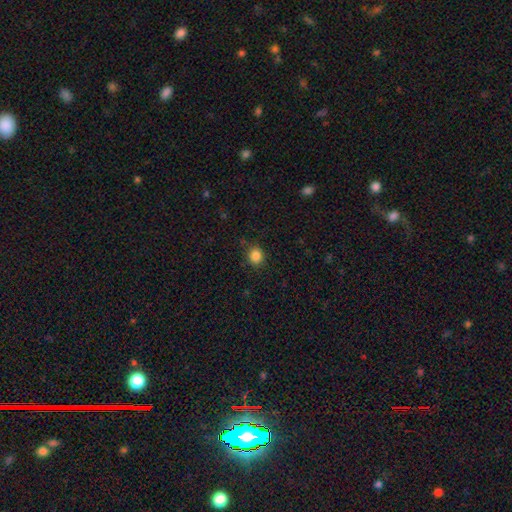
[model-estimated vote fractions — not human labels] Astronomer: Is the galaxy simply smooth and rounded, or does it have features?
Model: smooth — 85%.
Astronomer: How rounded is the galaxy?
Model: round — 79%.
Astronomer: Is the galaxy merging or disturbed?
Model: none — 86%.